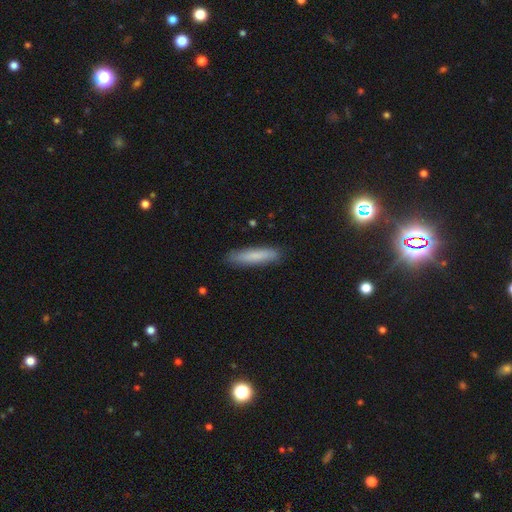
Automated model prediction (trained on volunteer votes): Q: Smooth or featured?
A: smooth (76%); runner-up: featured or disk (17%)
Q: How rounded?
A: cigar-shaped (87%); runner-up: in between (11%)
Q: Merging?
A: none (87%); runner-up: minor disturbance (10%)